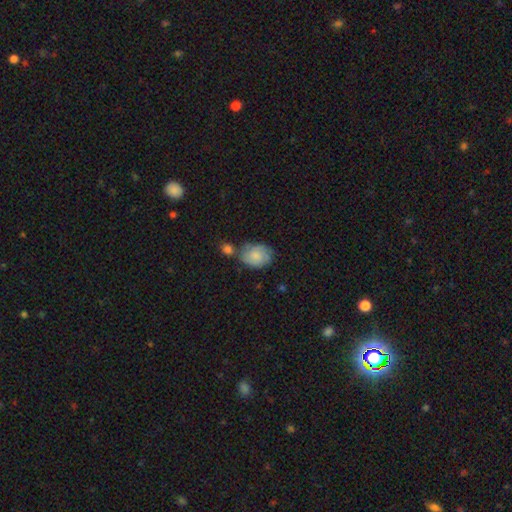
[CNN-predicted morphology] A smooth galaxy with no disk features (74%) that is in between round and cigar-shaped (64%). Merging: none (50%).